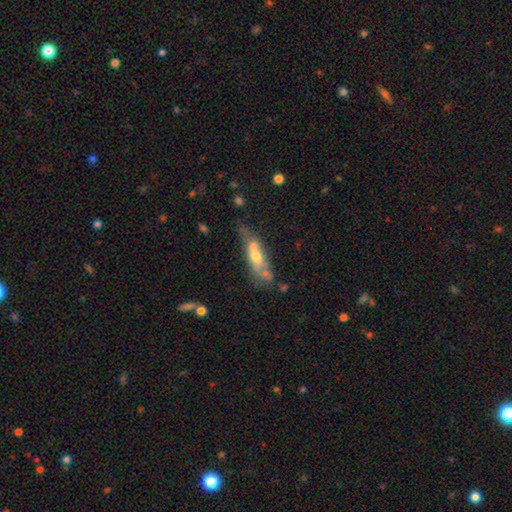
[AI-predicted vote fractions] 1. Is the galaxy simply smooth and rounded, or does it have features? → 47% featured or disk, 44% smooth, 9% star or artifact.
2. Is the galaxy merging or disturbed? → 37% none, 31% merger, 20% minor disturbance, 12% major disturbance.